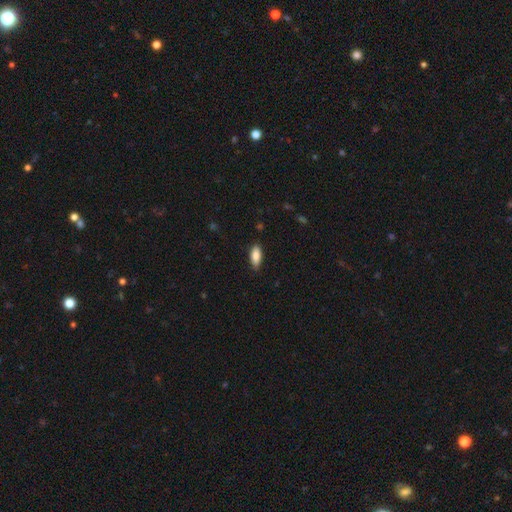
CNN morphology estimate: smooth-or-featured: smooth: 86% | featured or disk: 8% | star or artifact: 6%
  how-rounded: in between: 79% | cigar-shaped: 19% | round: 2%
  merging: none: 84% | minor disturbance: 13% | major disturbance: 2% | merger: 1%